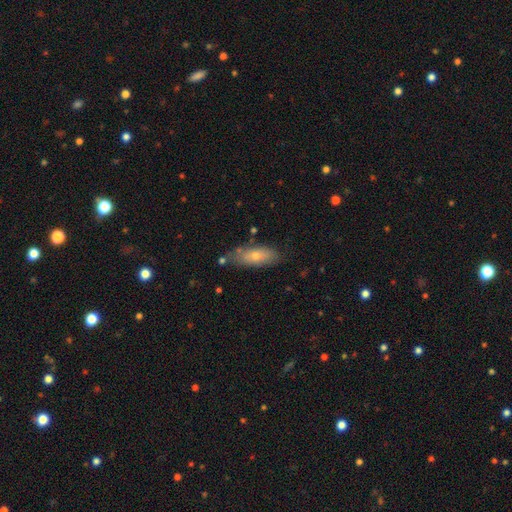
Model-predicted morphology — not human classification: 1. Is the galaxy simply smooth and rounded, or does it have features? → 66% smooth, 27% featured or disk, 7% star or artifact.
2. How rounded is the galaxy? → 73% in between, 24% cigar-shaped, 3% round.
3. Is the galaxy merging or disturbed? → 69% none, 21% minor disturbance, 5% merger, 5% major disturbance.